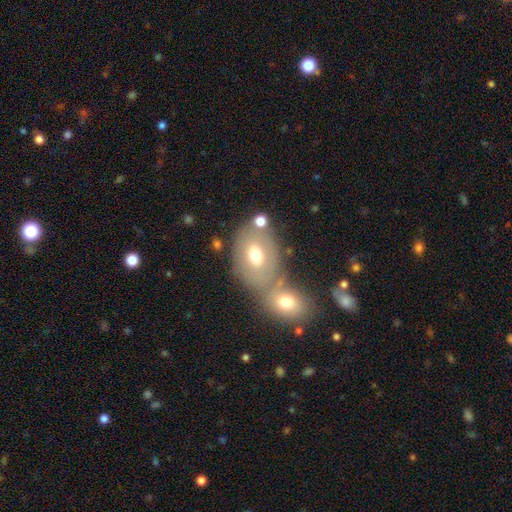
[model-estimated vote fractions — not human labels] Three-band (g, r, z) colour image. It shows a smooth galaxy with no disk features (60%) that is in between round and cigar-shaped (77%). Merging: none (42%).